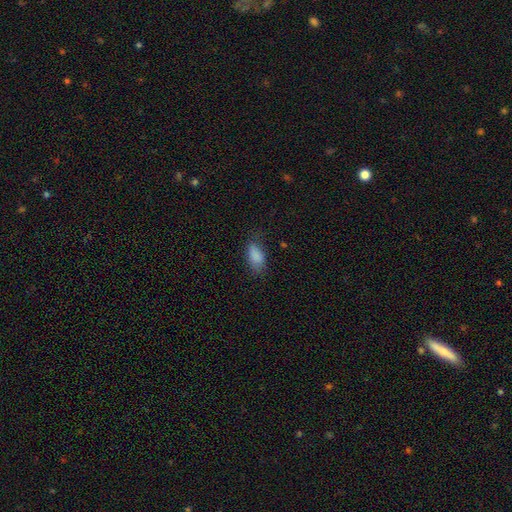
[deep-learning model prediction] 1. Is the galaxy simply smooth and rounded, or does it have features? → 85% smooth, 9% star or artifact, 6% featured or disk.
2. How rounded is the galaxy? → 90% in between, 6% cigar-shaped, 4% round.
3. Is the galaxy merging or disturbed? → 64% none, 26% minor disturbance, 9% major disturbance, 1% merger.